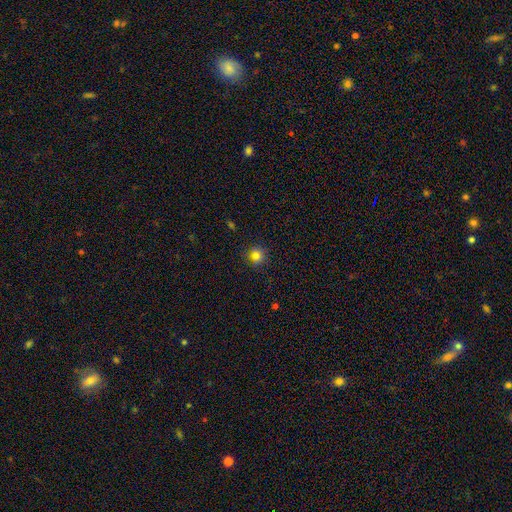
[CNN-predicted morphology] smooth 79%, star or artifact 14%, featured or disk 7%. Down the decision tree: how rounded — round (85%); merging — none (86%).